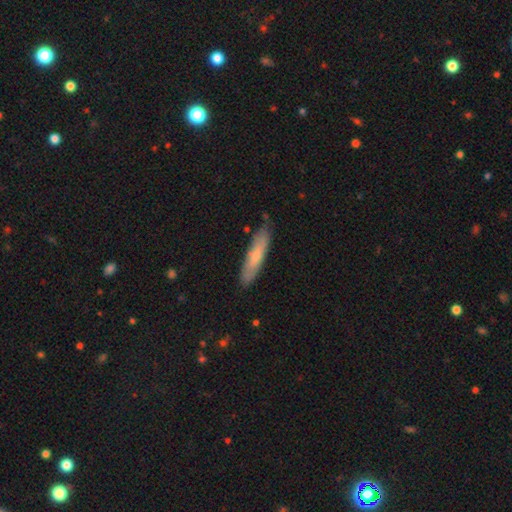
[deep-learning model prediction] A smooth galaxy with no disk features (69%) that is cigar-shaped (82%). Merging: none (82%).